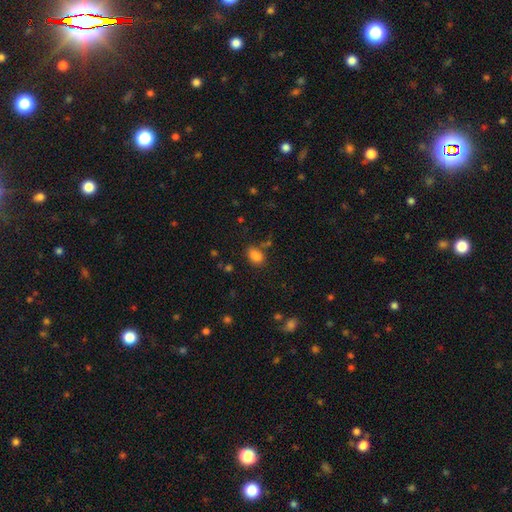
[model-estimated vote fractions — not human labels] Smooth or featured?
  - smooth: 83% *
  - star or artifact: 12%
  - featured or disk: 5%
How rounded?
  - in between: 80% *
  - round: 18%
  - cigar-shaped: 2%
Merging?
  - none: 67% *
  - minor disturbance: 18%
  - merger: 9%
  - major disturbance: 6%